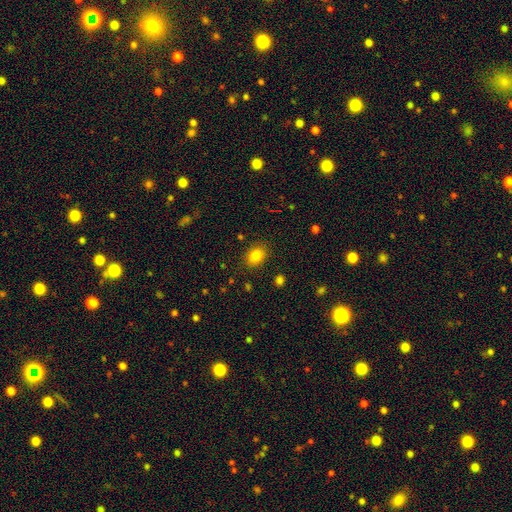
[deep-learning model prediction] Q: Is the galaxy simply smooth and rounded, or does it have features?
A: smooth — 83%.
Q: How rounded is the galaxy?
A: in between — 60%.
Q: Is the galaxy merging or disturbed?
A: none — 86%.